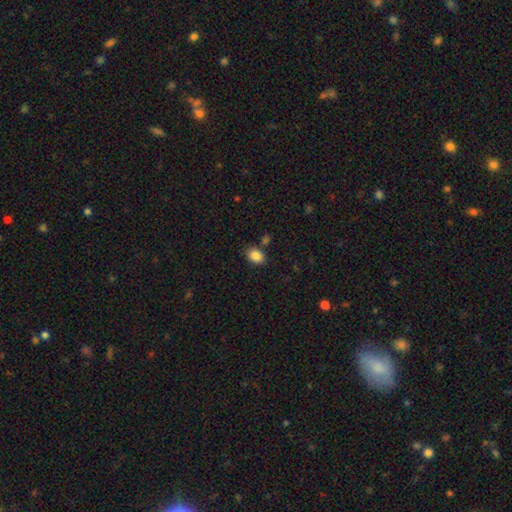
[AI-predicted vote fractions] smooth-or-featured: smooth: 87% | star or artifact: 9% | featured or disk: 4%
  how-rounded: in between: 71% | round: 28% | cigar-shaped: 1%
  merging: none: 79% | minor disturbance: 11% | merger: 7% | major disturbance: 3%